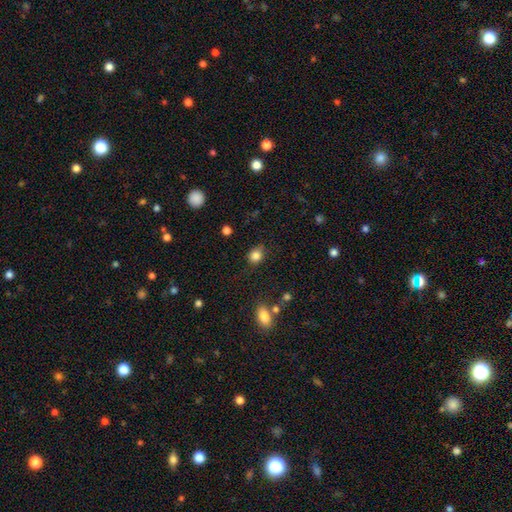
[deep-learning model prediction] This is clearly a smooth galaxy (84%). How rounded: likely round (62%). Merging: likely none (76%).